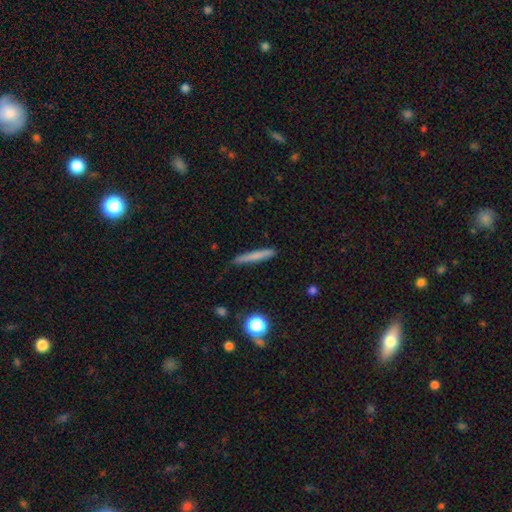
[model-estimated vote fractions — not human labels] A smooth galaxy with no disk features (69%) that is cigar-shaped (95%).

Vote fractions:
- Smooth or featured? smooth: 69% / featured or disk: 23% / star or artifact: 8%
- How rounded? cigar-shaped: 95% / in between: 3% / round: 2%
- Merging? none: 87% / minor disturbance: 10% / major disturbance: 2% / merger: 2%